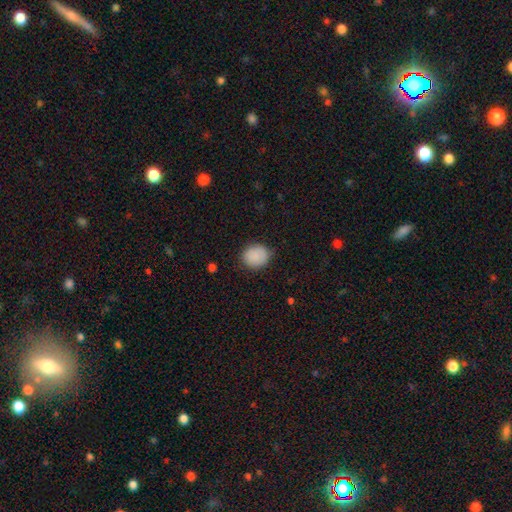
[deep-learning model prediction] smooth_or_featured: smooth (p=0.88) [alt: star or artifact p=0.08]
how_rounded: round (p=0.69) [alt: in between p=0.30]
merging: none (p=0.83) [alt: minor disturbance p=0.13]